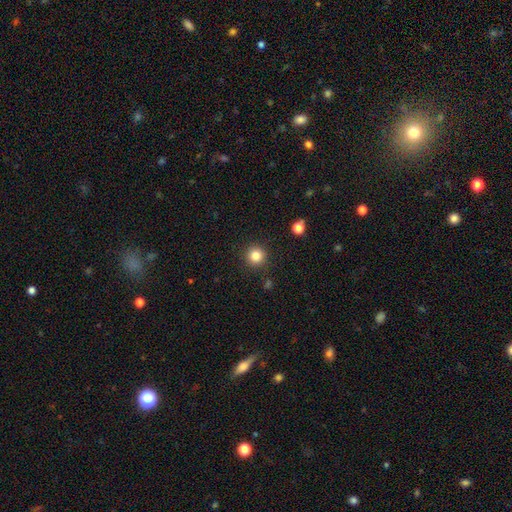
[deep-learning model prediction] A smooth galaxy with no disk features (84%) that is round (95%). Merging: none (90%).